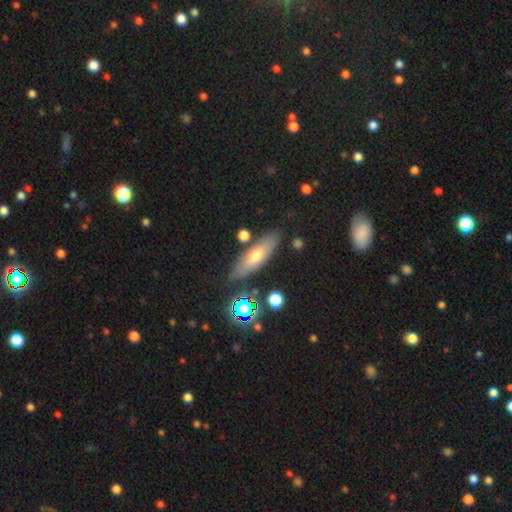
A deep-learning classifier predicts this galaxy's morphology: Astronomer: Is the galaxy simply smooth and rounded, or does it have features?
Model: smooth — 58%.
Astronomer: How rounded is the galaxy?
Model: cigar-shaped — 52% (runner-up: in between, 44%).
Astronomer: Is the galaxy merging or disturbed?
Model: none — 83%.